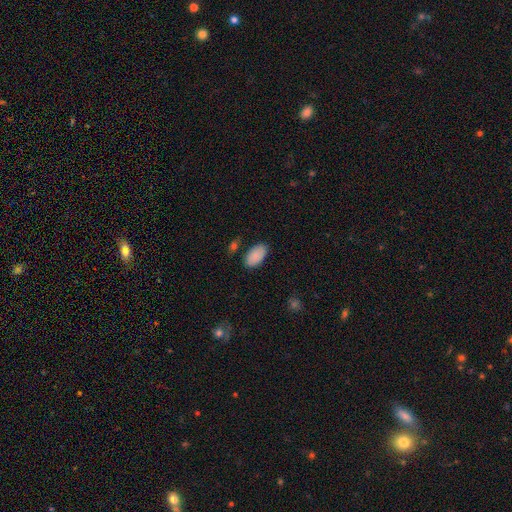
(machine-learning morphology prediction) The model was most divided on "merging": none: 82%, minor disturbance: 12%, major disturbance: 3%, merger: 3%. More confident: how rounded — in between (95%); smooth or featured — smooth (89%).